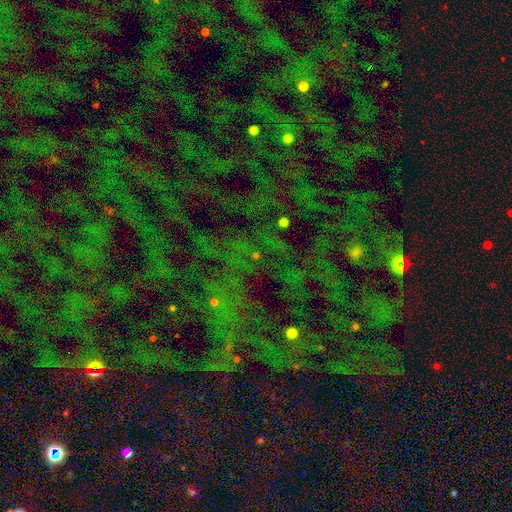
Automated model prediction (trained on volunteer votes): Overall: star or artifact (71%).